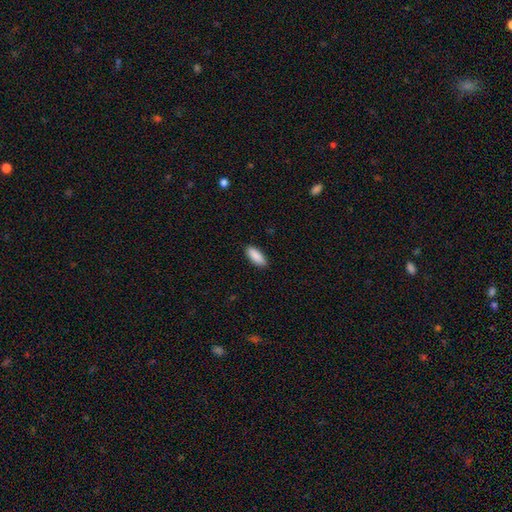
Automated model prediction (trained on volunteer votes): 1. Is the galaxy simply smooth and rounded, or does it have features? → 91% smooth, 6% star or artifact, 4% featured or disk.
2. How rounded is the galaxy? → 80% in between, 18% cigar-shaped, 2% round.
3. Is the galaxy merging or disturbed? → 90% none, 8% minor disturbance, 2% major disturbance, 1% merger.